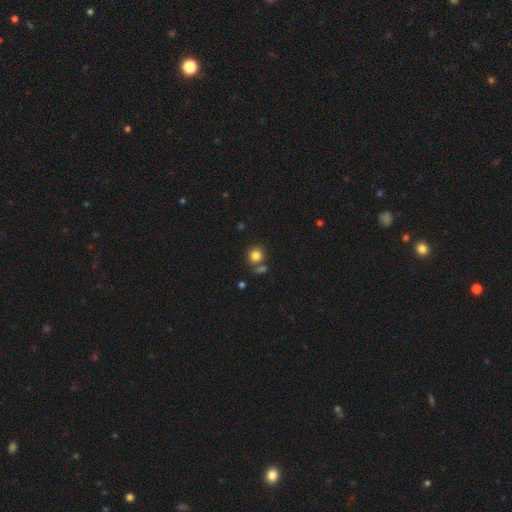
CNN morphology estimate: Overall: smooth (83%). How rounded: round (82%). Merging: none (69%).